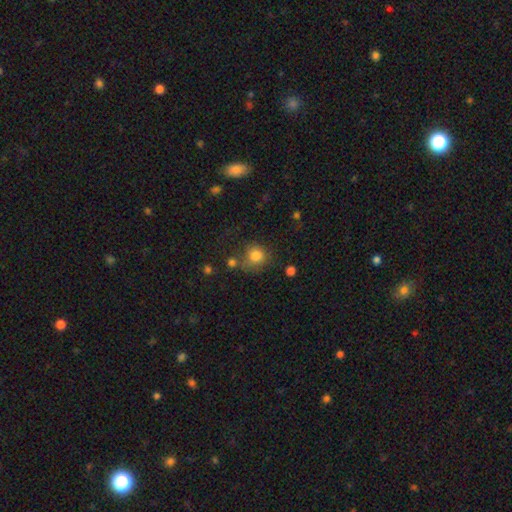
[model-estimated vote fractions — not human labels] Overall: smooth (81%). How rounded: round (84%). Merging: none (58%; minor disturbance 19%).